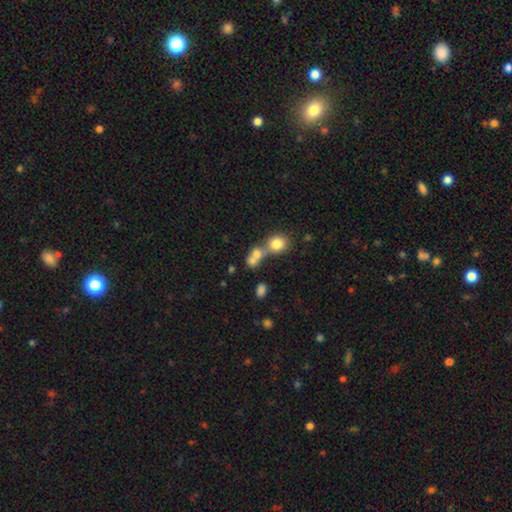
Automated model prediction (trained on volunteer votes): Q: Smooth or featured?
A: smooth (72%); runner-up: featured or disk (15%)
Q: How rounded?
A: round (59%); runner-up: in between (39%)
Q: Merging?
A: merger (61%); runner-up: none (26%)